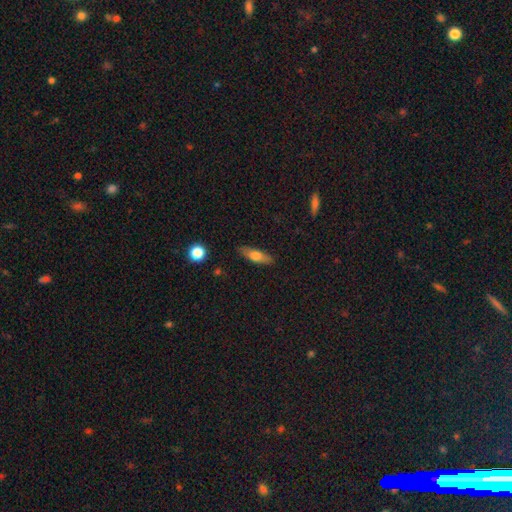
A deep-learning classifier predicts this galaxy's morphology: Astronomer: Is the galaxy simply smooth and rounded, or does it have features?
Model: smooth — 60%.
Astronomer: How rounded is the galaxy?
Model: cigar-shaped — 51% (runner-up: in between, 46%).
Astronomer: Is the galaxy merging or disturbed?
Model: none — 85%.